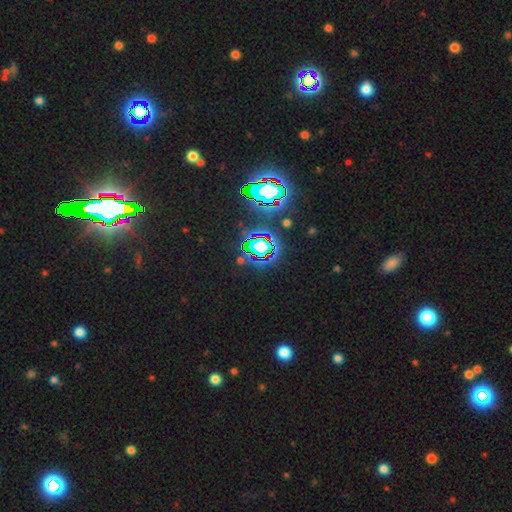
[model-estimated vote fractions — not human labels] Q: Smooth or featured?
A: star or artifact (83%); runner-up: smooth (9%)